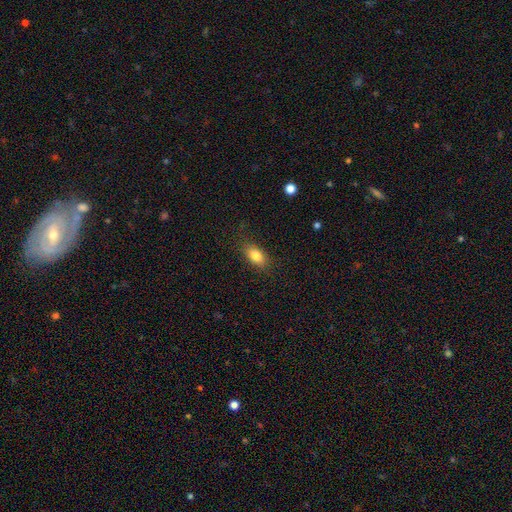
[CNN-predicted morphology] The model was most divided on "merging": none: 83%, minor disturbance: 12%, major disturbance: 4%, merger: 1%. More confident: how rounded — in between (86%); smooth or featured — smooth (83%).